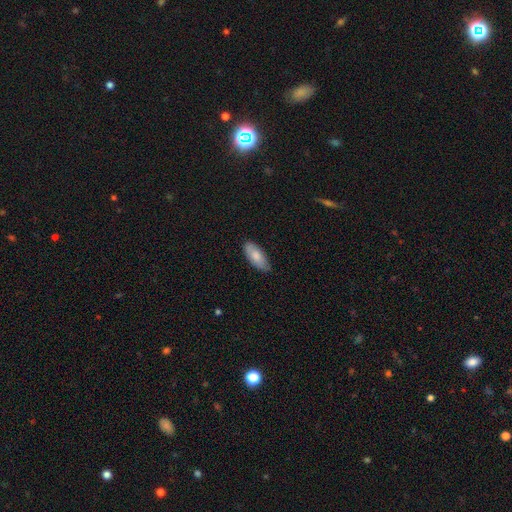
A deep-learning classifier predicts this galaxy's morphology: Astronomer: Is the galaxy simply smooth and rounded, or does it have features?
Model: smooth — 79%.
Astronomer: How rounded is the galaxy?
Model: in between — 86%.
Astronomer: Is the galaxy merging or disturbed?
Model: none — 80%.